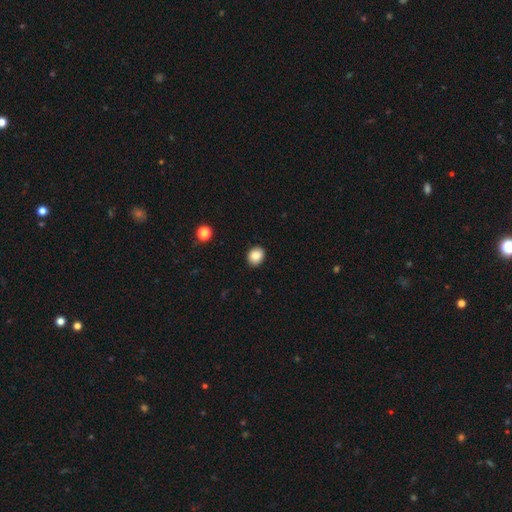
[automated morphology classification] Smooth or featured? Predicted: smooth (p=0.86). How rounded? Predicted: round (p=0.59). Merging? Predicted: none (p=0.90).